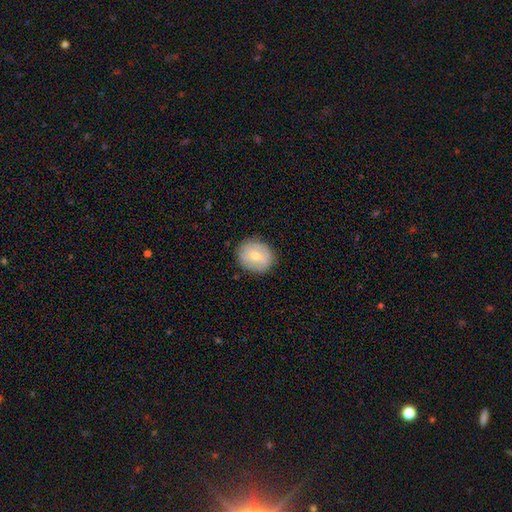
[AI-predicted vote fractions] This appears to be a smooth galaxy with no disk features (68%) that is round (72%). Merging: none (86%).